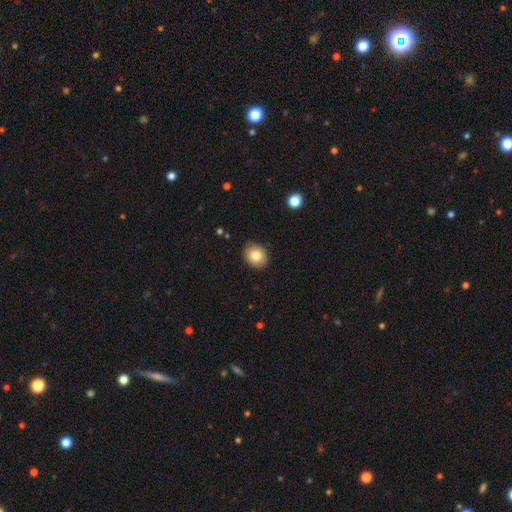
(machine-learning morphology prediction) This is clearly a smooth galaxy (81%). How rounded: likely round (61%). Merging: clearly none (90%).